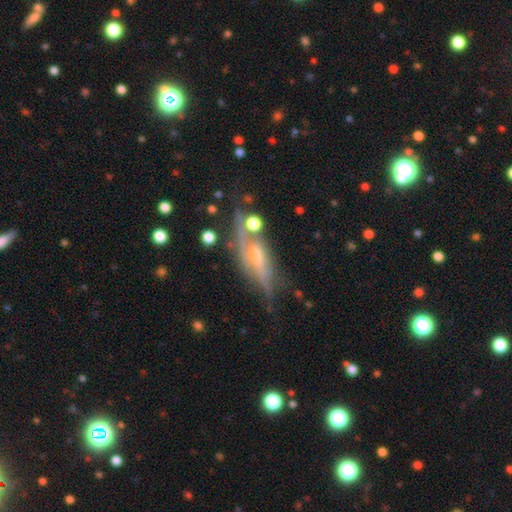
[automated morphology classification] This is likely a featured or disk galaxy (69%). It is likely viewed edge-on (66%). Merging: possibly none (57%).